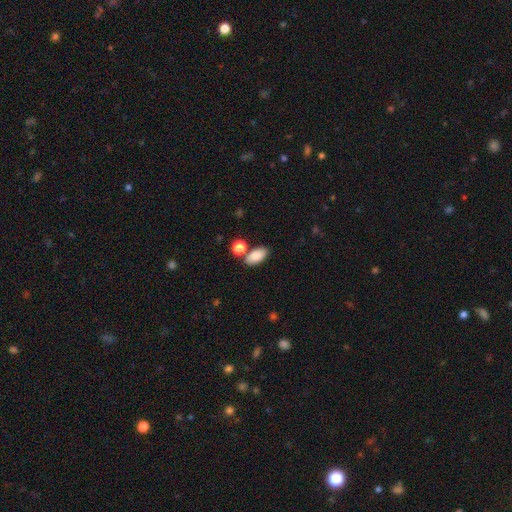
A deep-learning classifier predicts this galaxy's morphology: This appears to be a smooth galaxy with no disk features (86%) that is in between round and cigar-shaped (91%). Merging: none (70%).